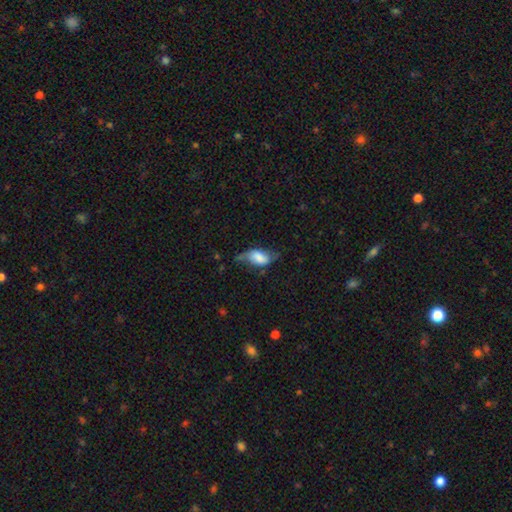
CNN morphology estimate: type=smooth (56%); roundness=in between (89%); merging=none (39%).